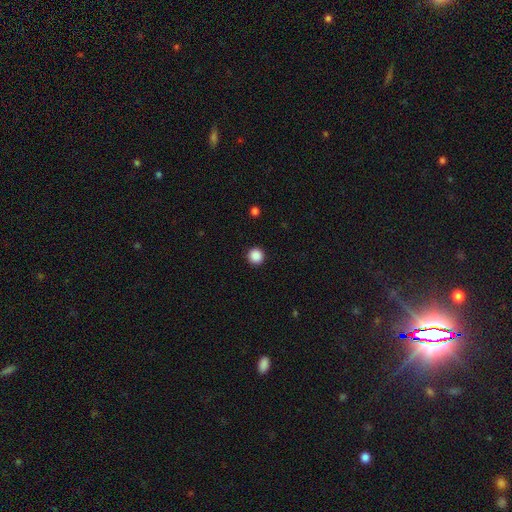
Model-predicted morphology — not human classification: This is clearly a smooth galaxy (88%). How rounded: clearly round (96%). Merging: clearly none (93%).